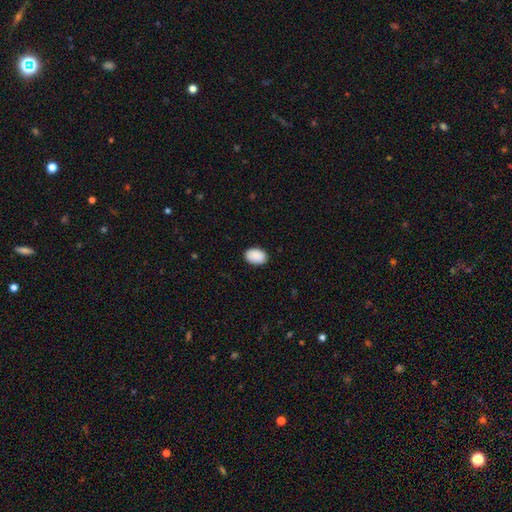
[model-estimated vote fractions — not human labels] smooth-or-featured: smooth: 91% | star or artifact: 6% | featured or disk: 3%
  how-rounded: in between: 86% | round: 13% | cigar-shaped: 1%
  merging: none: 88% | minor disturbance: 9% | major disturbance: 2% | merger: 1%